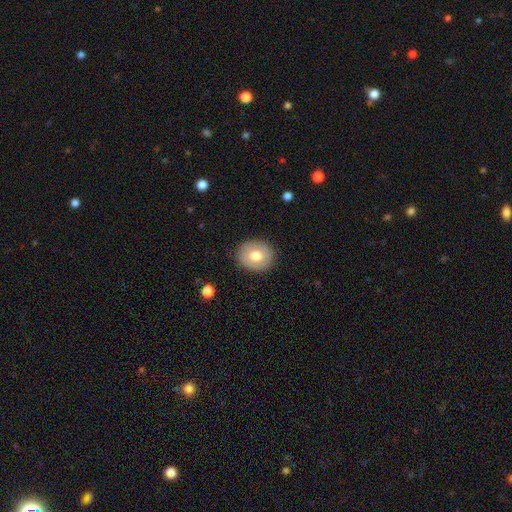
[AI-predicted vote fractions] This appears to be a smooth galaxy with no disk features (72%) that is round (75%). Merging: none (89%).